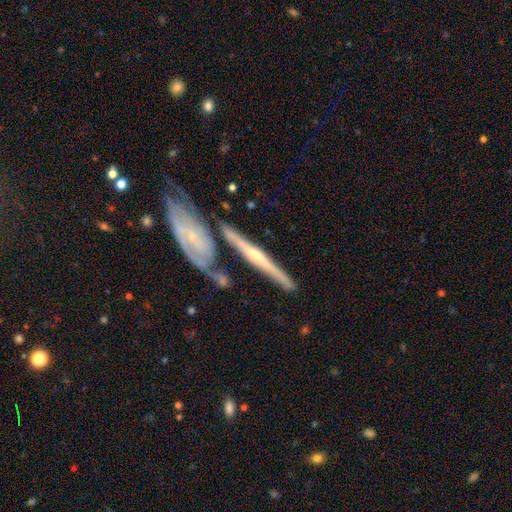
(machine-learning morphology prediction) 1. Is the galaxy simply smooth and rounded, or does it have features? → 79% featured or disk, 16% smooth, 5% star or artifact.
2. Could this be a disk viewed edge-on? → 89% yes, 11% no.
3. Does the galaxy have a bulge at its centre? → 76% rounded, 18% none, 6% boxy.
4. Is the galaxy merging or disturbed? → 63% none, 20% merger, 13% minor disturbance, 4% major disturbance.